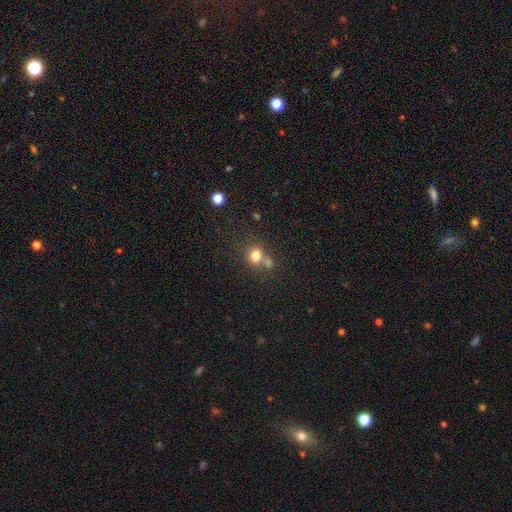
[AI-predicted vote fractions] Smooth or featured? smooth (77%)
How rounded? round (78%)
Merging? none (50%)